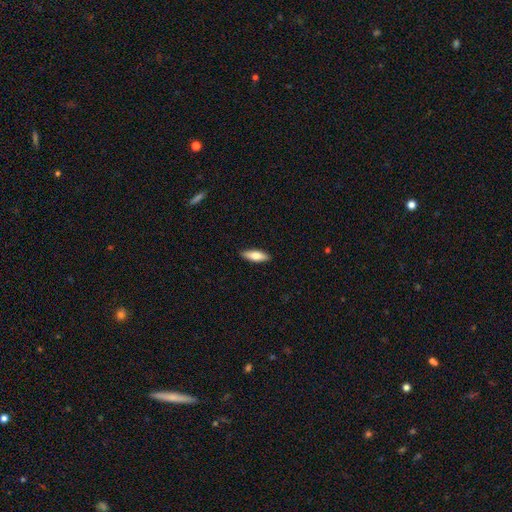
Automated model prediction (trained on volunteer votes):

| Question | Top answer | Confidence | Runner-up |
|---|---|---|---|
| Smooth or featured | smooth | 73% | featured or disk (21%) |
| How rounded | in between | 55% | cigar-shaped (43%) |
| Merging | none | 89% | minor disturbance (8%) |